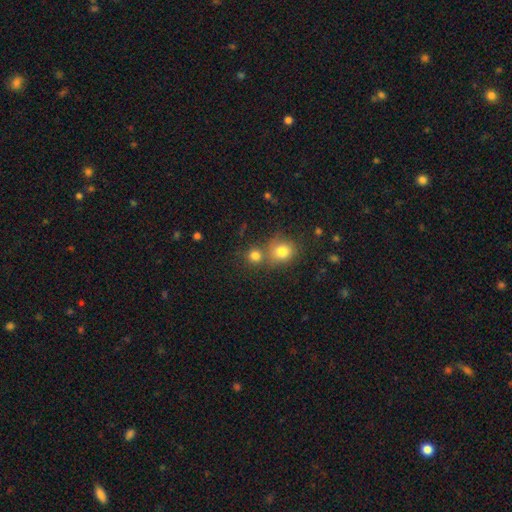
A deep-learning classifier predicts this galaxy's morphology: A smooth galaxy with no disk features (77%) that is round (83%).

Vote fractions:
- Smooth or featured? smooth: 77% / star or artifact: 14% / featured or disk: 9%
- How rounded? round: 83% / in between: 16% / cigar-shaped: 1%
- Merging? none: 55% / merger: 34% / minor disturbance: 8% / major disturbance: 3%